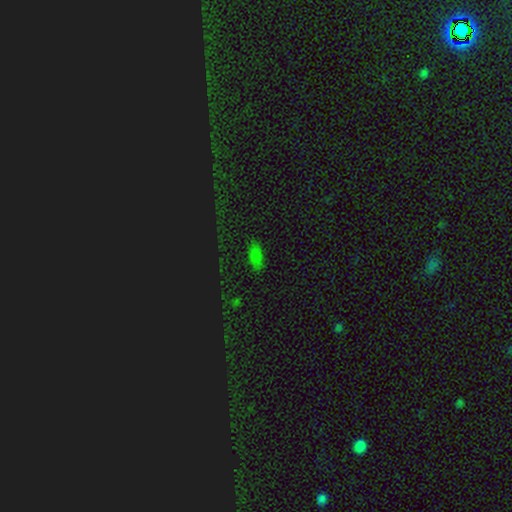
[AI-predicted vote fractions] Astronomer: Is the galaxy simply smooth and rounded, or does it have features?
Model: smooth — 69%.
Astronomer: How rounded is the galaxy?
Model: in between — 87%.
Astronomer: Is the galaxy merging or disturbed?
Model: none — 81%.